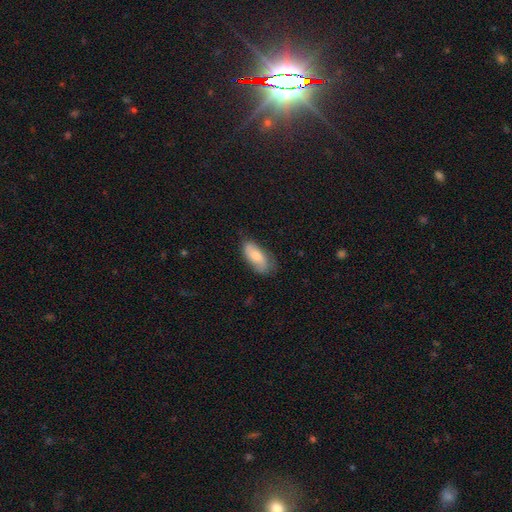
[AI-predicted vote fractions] This is likely a smooth galaxy (73%). How rounded: clearly in between (85%). Merging: likely none (67%).